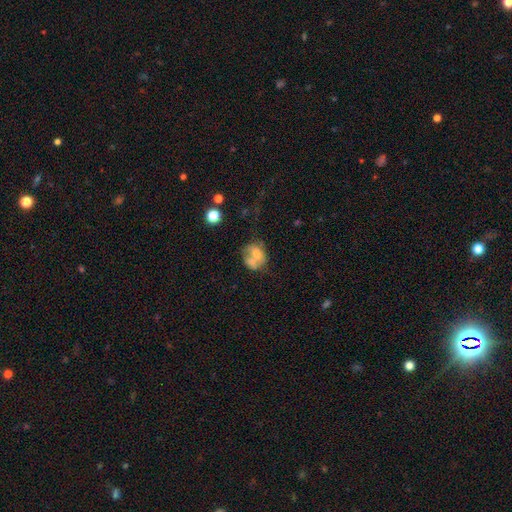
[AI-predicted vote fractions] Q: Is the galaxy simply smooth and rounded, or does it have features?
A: smooth — 62%.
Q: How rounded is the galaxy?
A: in between — 53%.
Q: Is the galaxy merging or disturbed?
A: merger — 59%.